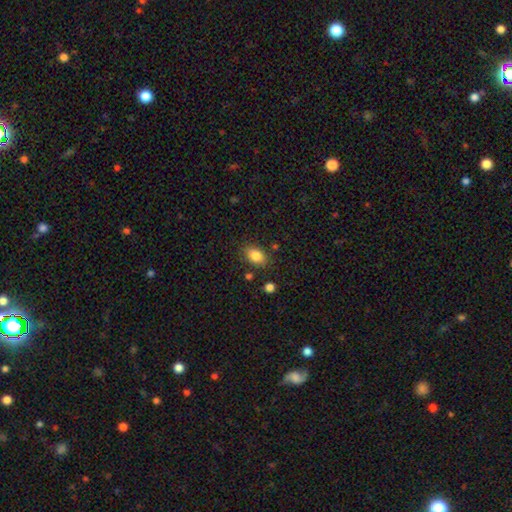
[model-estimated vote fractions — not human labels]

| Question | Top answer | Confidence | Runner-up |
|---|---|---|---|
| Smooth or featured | smooth | 85% | star or artifact (8%) |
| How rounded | in between | 85% | round (13%) |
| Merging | none | 82% | minor disturbance (12%) |